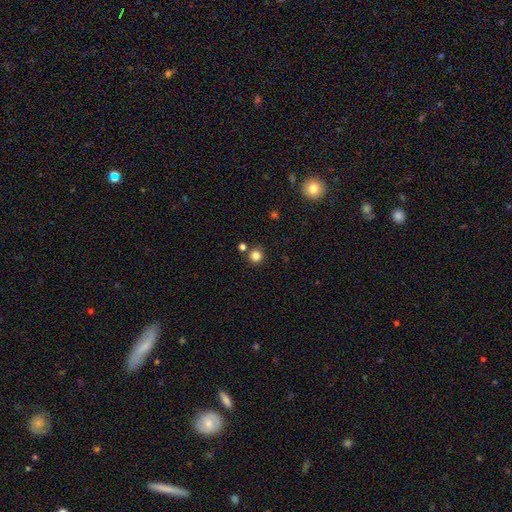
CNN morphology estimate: This is clearly a smooth galaxy (83%). How rounded: clearly round (94%). Merging: clearly none (82%).